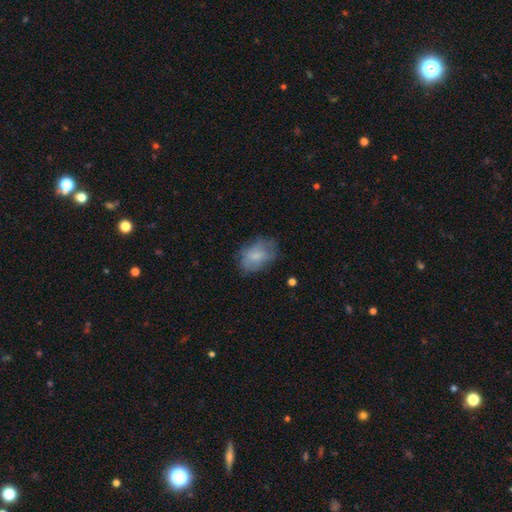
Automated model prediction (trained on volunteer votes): Smooth or featured: smooth — 71% (featured or disk — 21%)
How rounded: in between — 84% (round — 15%)
Merging: none — 63% (minor disturbance — 25%)